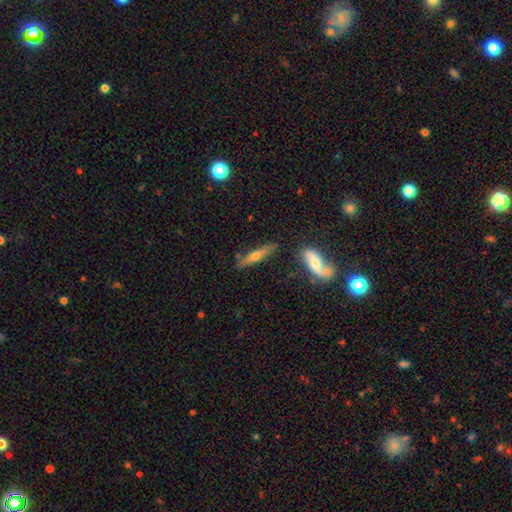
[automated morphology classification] A featured or disk galaxy (50%).

Vote fractions:
- Smooth or featured? featured or disk: 50% / smooth: 43% / star or artifact: 7%
- Merging? none: 79% / minor disturbance: 12% / merger: 6% / major disturbance: 3%